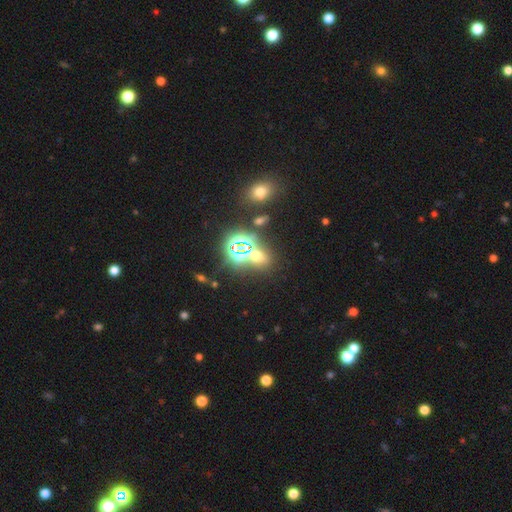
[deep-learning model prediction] The model was most divided on "smooth or featured": star or artifact: 55%, smooth: 36%, featured or disk: 10%.